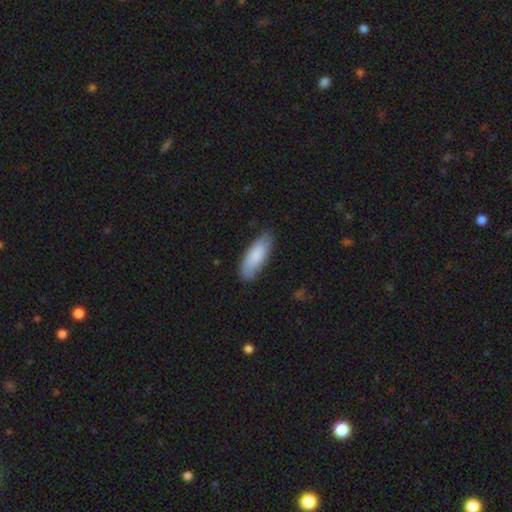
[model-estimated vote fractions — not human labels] smooth-or-featured: smooth: 84% | featured or disk: 11% | star or artifact: 5%
  how-rounded: in between: 67% | cigar-shaped: 31% | round: 2%
  merging: none: 83% | minor disturbance: 14% | major disturbance: 2% | merger: 1%